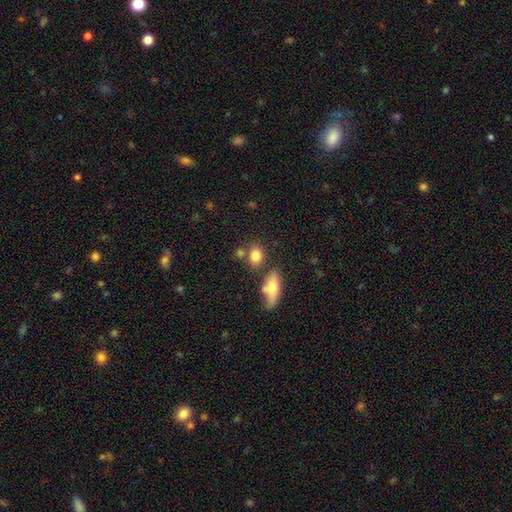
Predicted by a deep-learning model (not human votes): smooth_or_featured: smooth (p=0.82) [alt: star or artifact p=0.09]
how_rounded: in between (p=0.55) [alt: round p=0.42]
merging: none (p=0.63) [alt: merger p=0.19]